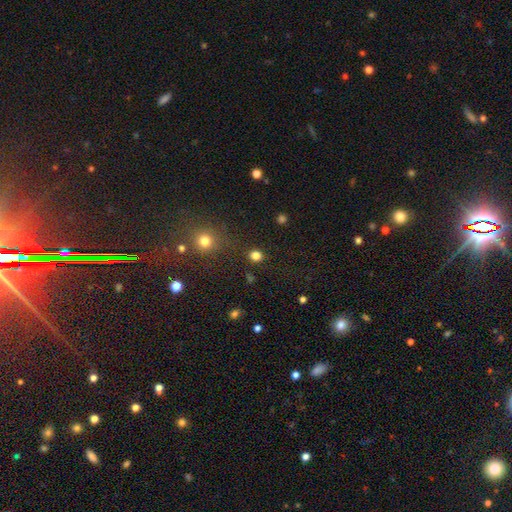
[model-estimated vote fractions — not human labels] Smooth or featured: smooth — 81% (star or artifact — 16%)
How rounded: round — 86% (in between — 13%)
Merging: none — 89% (minor disturbance — 6%)